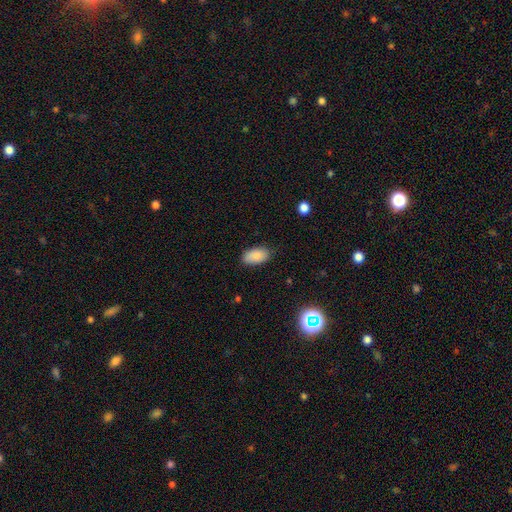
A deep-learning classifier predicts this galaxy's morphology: The model was most divided on "merging": none: 82%, minor disturbance: 14%, major disturbance: 3%, merger: 1%. More confident: how rounded — in between (94%); smooth or featured — smooth (85%).